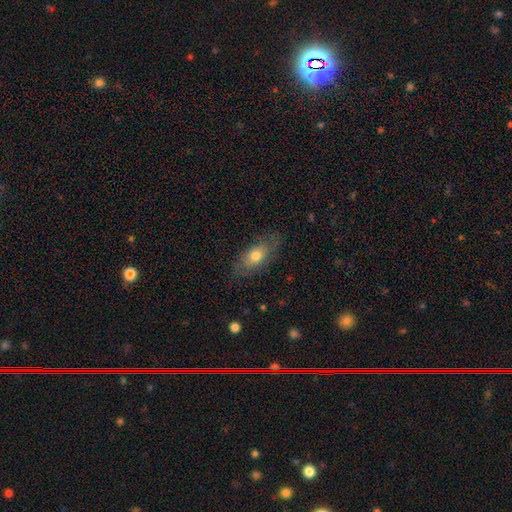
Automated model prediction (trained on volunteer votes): This is likely a smooth galaxy (65%). How rounded: clearly in between (84%). Merging: likely none (75%).